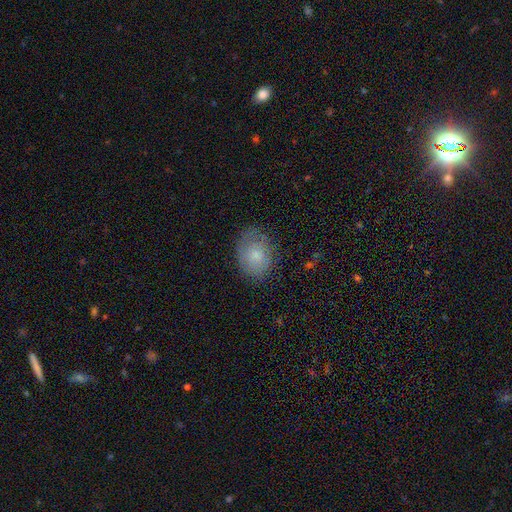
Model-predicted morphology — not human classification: This is likely a smooth galaxy (72%). How rounded: likely in between (68%). Merging: likely none (72%).